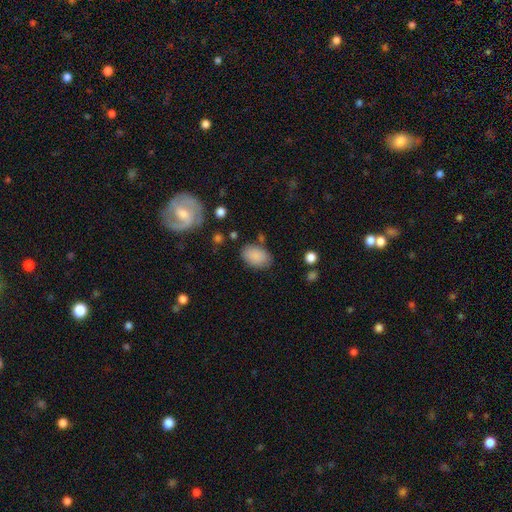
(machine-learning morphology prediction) Smooth or featured? Predicted: smooth (p=0.86). How rounded? Predicted: in between (p=0.89). Merging? Predicted: none (p=0.77).